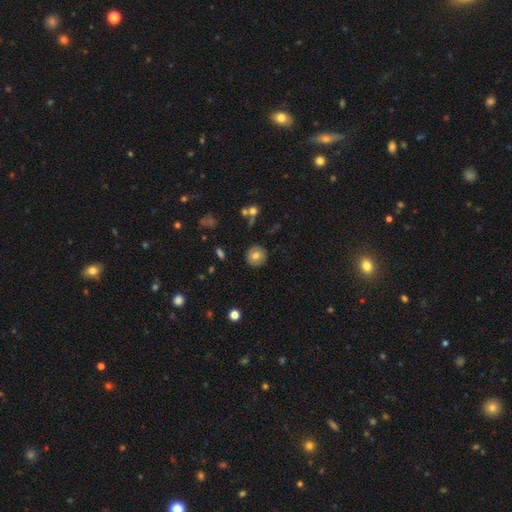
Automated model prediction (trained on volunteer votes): Overall: smooth (75%). How rounded: round (94%). Merging: none (89%).